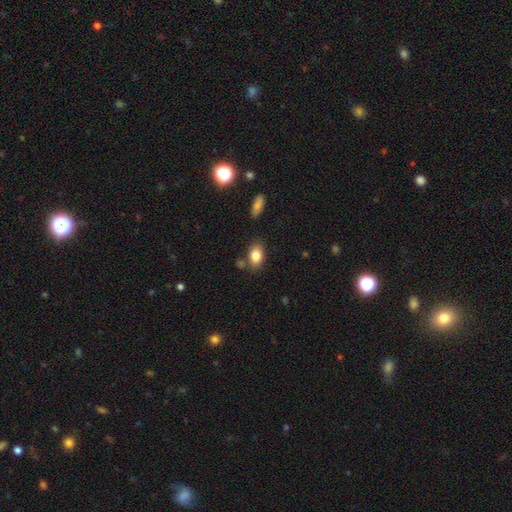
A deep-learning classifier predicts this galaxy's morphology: Smooth or featured?
  - smooth: 84% *
  - star or artifact: 8%
  - featured or disk: 8%
How rounded?
  - in between: 84% *
  - round: 14%
  - cigar-shaped: 2%
Merging?
  - none: 75% *
  - minor disturbance: 14%
  - merger: 8%
  - major disturbance: 3%